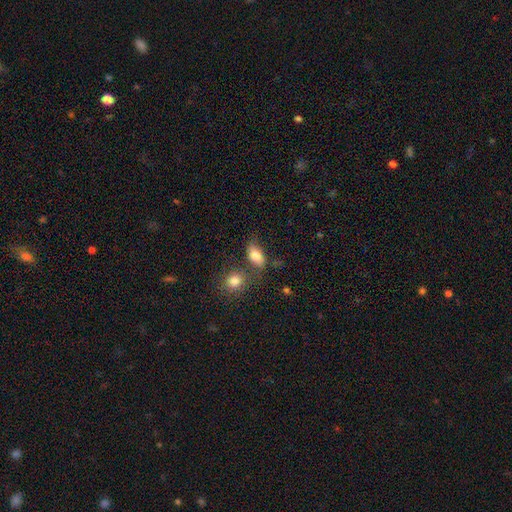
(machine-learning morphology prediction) Smooth or featured?
  - smooth: 80% *
  - featured or disk: 11%
  - star or artifact: 9%
How rounded?
  - in between: 86% *
  - round: 10%
  - cigar-shaped: 4%
Merging?
  - none: 60% *
  - merger: 18%
  - minor disturbance: 16%
  - major disturbance: 6%